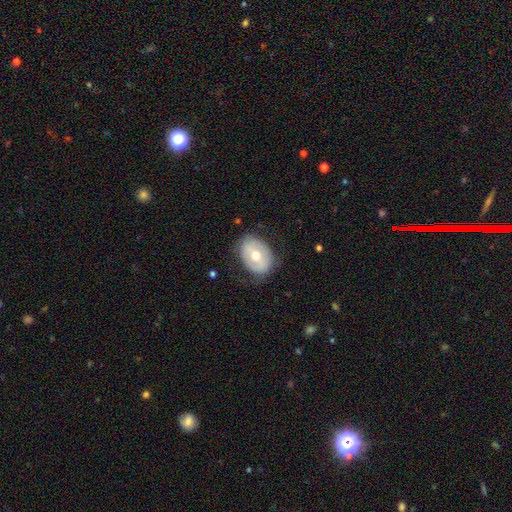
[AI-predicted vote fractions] smooth 54%, featured or disk 39%, star or artifact 7%. Down the decision tree: how rounded — in between (71%); merging — none (73%).